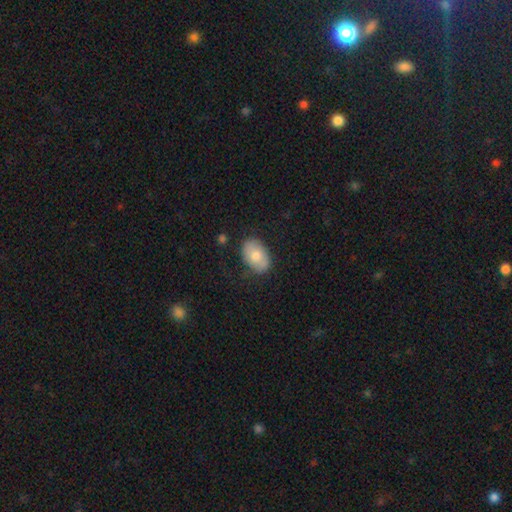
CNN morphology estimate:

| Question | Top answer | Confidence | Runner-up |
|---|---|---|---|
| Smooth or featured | smooth | 73% | featured or disk (21%) |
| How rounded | in between | 86% | round (13%) |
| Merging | none | 78% | minor disturbance (17%) |